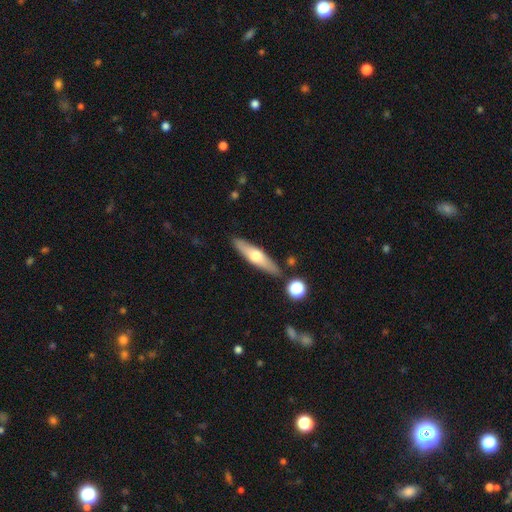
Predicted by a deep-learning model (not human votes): Smooth or featured? Predicted: featured or disk (p=0.48). Merging? Predicted: none (p=0.86).